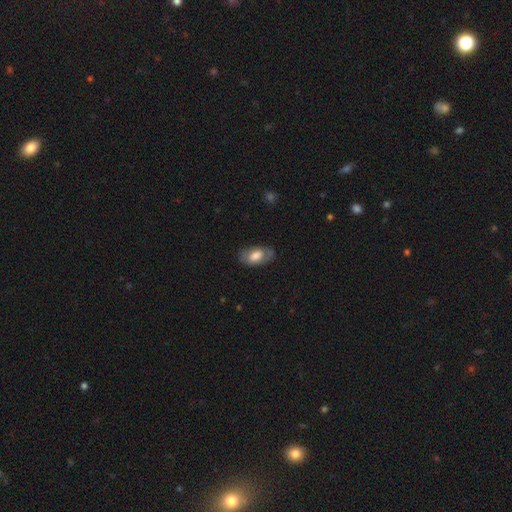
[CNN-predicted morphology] Smooth or featured? smooth (64%)
How rounded? in between (93%)
Merging? none (73%)